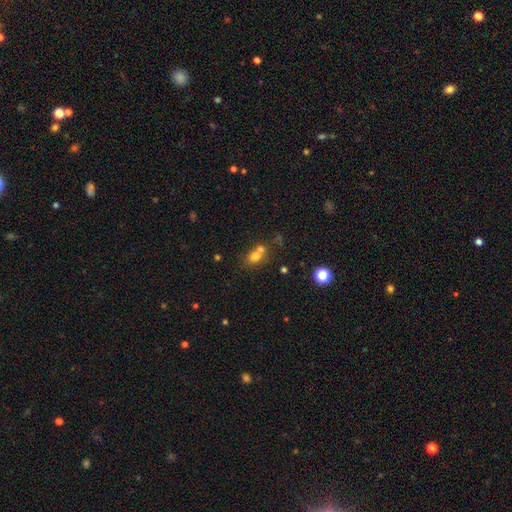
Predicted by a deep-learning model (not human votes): Overall: smooth (70%). How rounded: round (55%; in between 43%). Merging: merger (49%; none 38%).